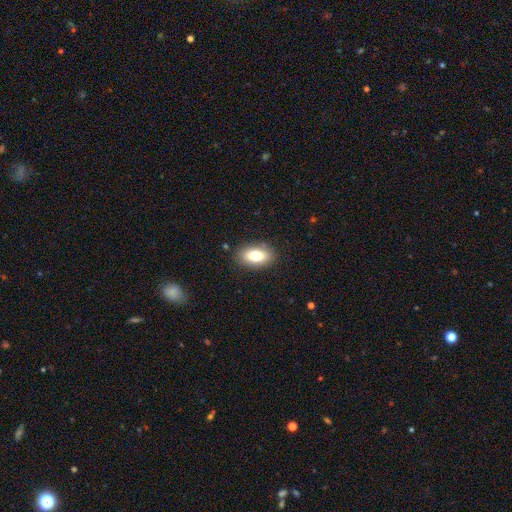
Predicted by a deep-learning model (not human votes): A smooth galaxy with no disk features (76%) that is in between round and cigar-shaped (88%). Merging: none (86%).